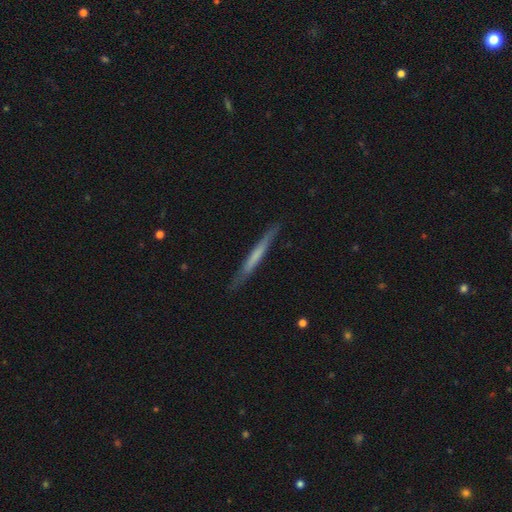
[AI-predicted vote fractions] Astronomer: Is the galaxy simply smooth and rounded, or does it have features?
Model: smooth — 50% (runner-up: featured or disk, 45%).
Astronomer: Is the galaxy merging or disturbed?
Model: none — 87%.